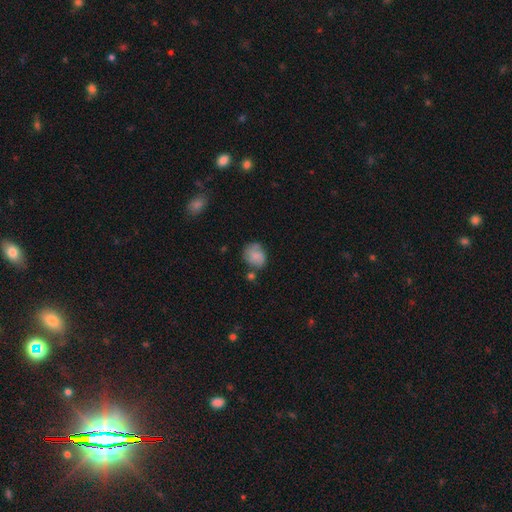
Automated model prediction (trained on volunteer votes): This is likely a smooth galaxy (76%). How rounded: possibly round (52%). Merging: possibly none (58%).